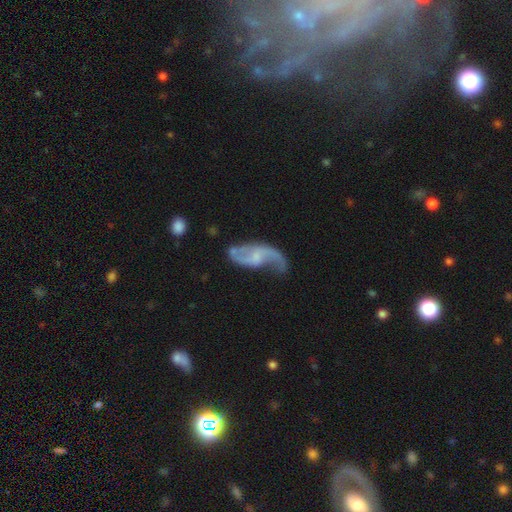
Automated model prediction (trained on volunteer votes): Smooth or featured? featured or disk (85%)
Edge-on disk? no (96%)
Bar? weak (45%)
Spiral arms? yes (94%)
Spiral winding? loose (75%)
Spiral arm count? 2 (88%)
Bulge size? small (45%)
Merging? none (57%)